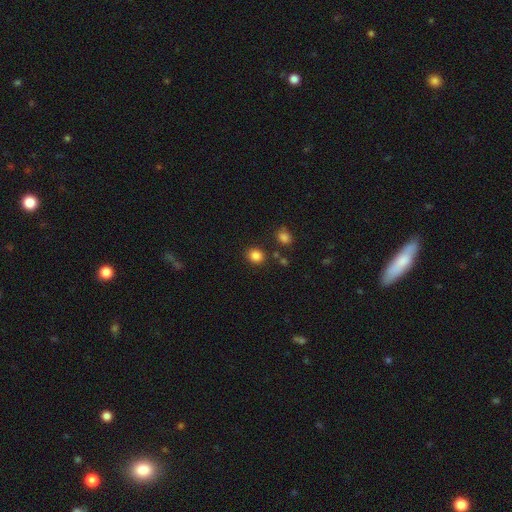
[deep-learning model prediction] Q: Smooth or featured?
A: smooth (85%); runner-up: star or artifact (11%)
Q: How rounded?
A: round (74%); runner-up: in between (25%)
Q: Merging?
A: none (85%); runner-up: minor disturbance (8%)